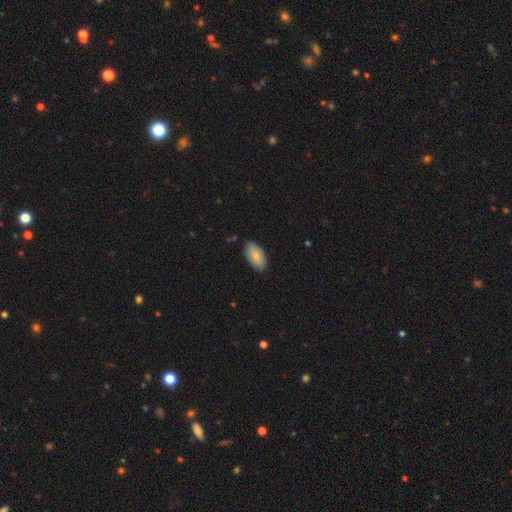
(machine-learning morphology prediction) Q: Smooth or featured?
A: smooth (84%); runner-up: featured or disk (10%)
Q: How rounded?
A: in between (95%); runner-up: cigar-shaped (3%)
Q: Merging?
A: none (84%); runner-up: minor disturbance (13%)